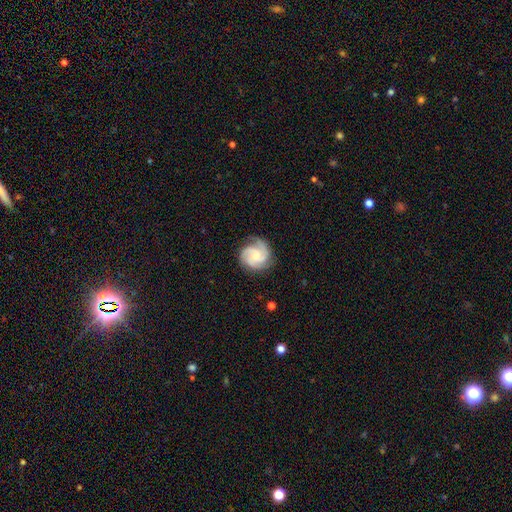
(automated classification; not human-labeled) Q: Smooth or featured?
A: featured or disk (85%); runner-up: smooth (10%)
Q: Edge-on disk?
A: no (98%); runner-up: yes (2%)
Q: Bar?
A: no (67%); runner-up: weak (28%)
Q: Spiral arms?
A: yes (98%); runner-up: no (2%)
Q: Spiral winding?
A: tight (51%); runner-up: medium (41%)
Q: Spiral arm count?
A: 3 (66%); runner-up: 2 (15%)
Q: Bulge size?
A: small (55%); runner-up: moderate (38%)
Q: Merging?
A: none (76%); runner-up: minor disturbance (17%)